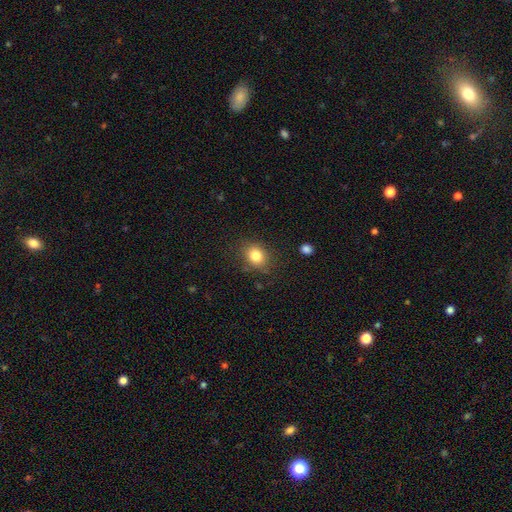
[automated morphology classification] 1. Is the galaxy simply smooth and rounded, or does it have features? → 82% smooth, 11% star or artifact, 8% featured or disk.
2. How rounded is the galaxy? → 55% round, 44% in between, 1% cigar-shaped.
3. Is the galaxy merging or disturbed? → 81% none, 13% minor disturbance, 4% major disturbance, 2% merger.